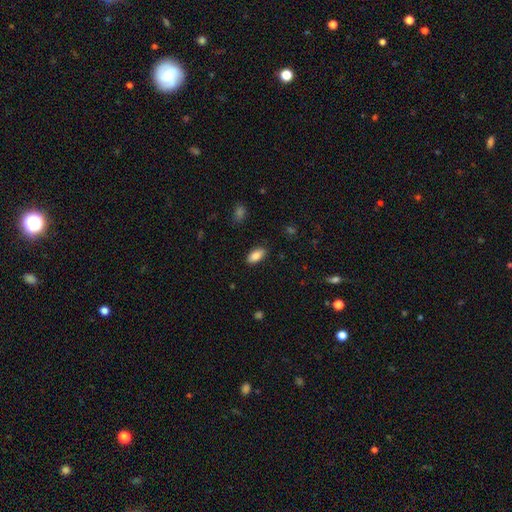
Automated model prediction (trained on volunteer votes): Overall: smooth (86%). How rounded: in between (91%). Merging: none (86%).